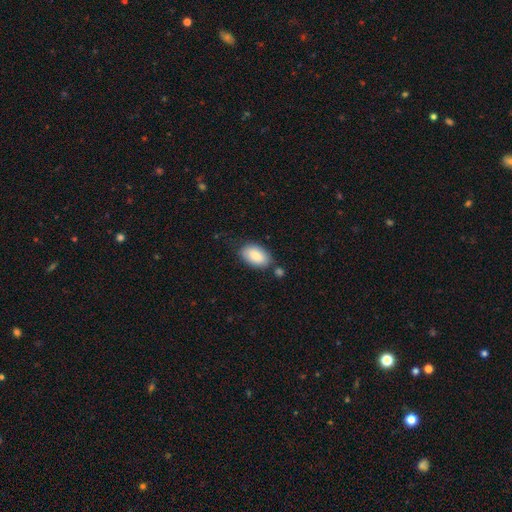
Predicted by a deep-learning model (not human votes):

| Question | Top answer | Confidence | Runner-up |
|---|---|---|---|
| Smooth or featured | smooth | 85% | featured or disk (9%) |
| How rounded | in between | 93% | round (5%) |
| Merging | none | 71% | minor disturbance (17%) |